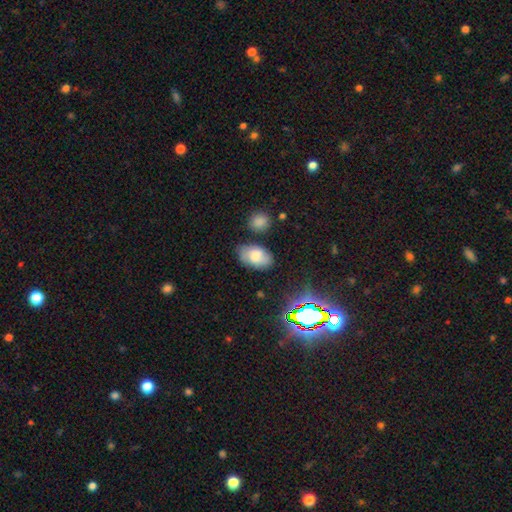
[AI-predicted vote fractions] Smooth or featured? smooth (73%)
How rounded? in between (92%)
Merging? none (71%)